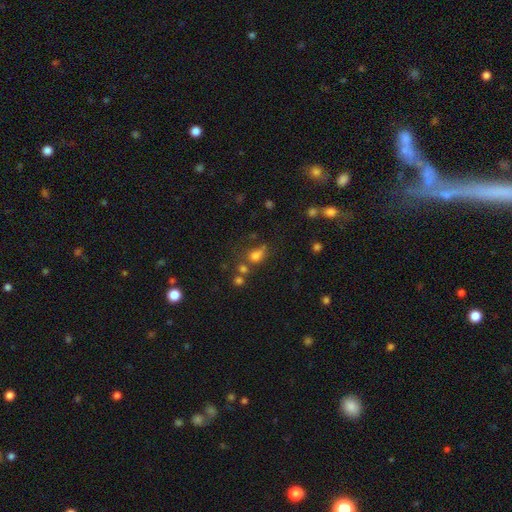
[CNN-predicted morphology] smooth 72%, star or artifact 19%, featured or disk 10%. Down the decision tree: how rounded — round (49%, tied with in between); merging — none (47%).